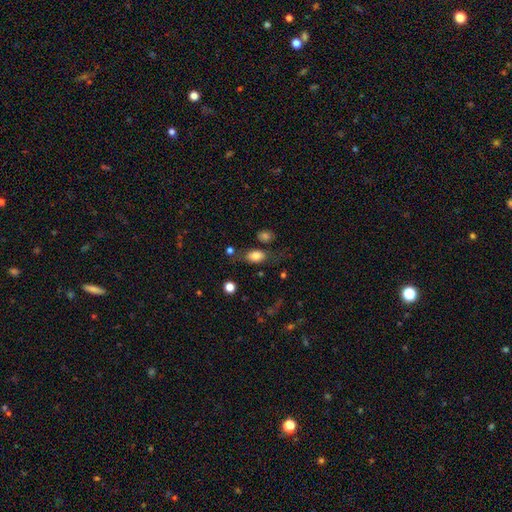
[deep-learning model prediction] Overall: smooth (78%). How rounded: in between (83%). Merging: none (61%).